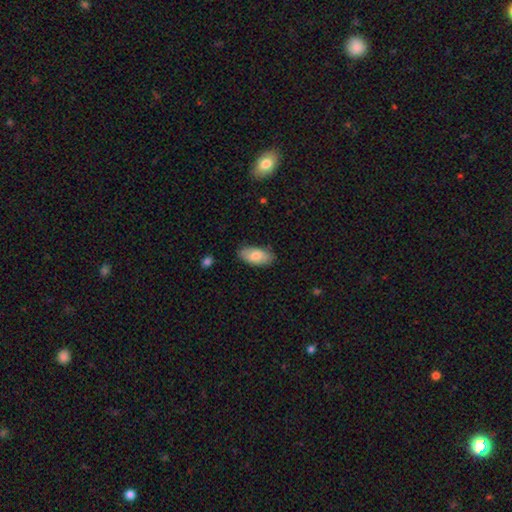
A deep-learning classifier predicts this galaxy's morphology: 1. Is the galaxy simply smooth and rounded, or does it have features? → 81% smooth, 13% featured or disk, 6% star or artifact.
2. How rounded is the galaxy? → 93% in between, 5% cigar-shaped, 2% round.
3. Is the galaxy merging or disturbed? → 84% none, 12% minor disturbance, 2% major disturbance, 1% merger.